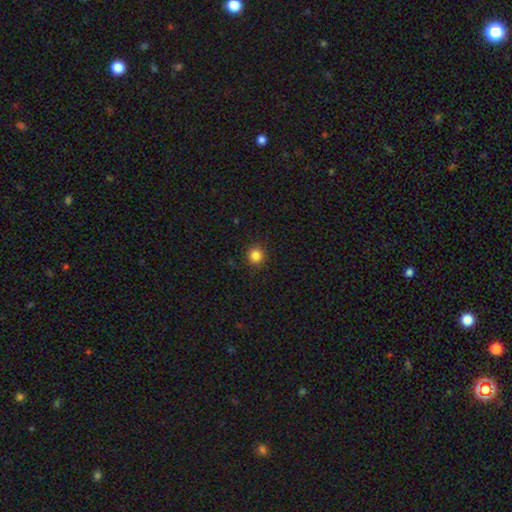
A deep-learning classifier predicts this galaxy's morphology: This appears to be a smooth galaxy with no disk features (84%) that is round (91%). Merging: none (91%).